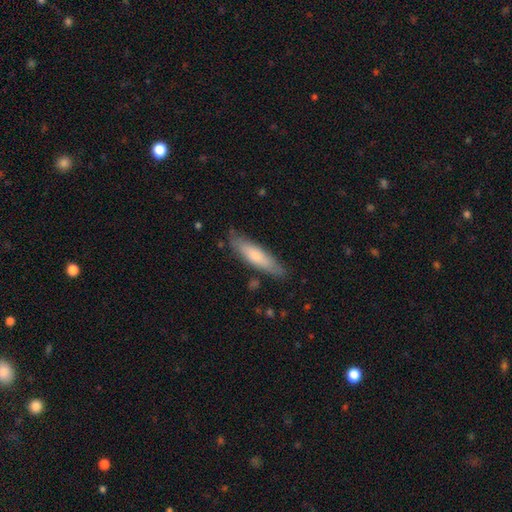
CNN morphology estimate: Overall: smooth (69%). How rounded: cigar-shaped (71%). Merging: none (80%).